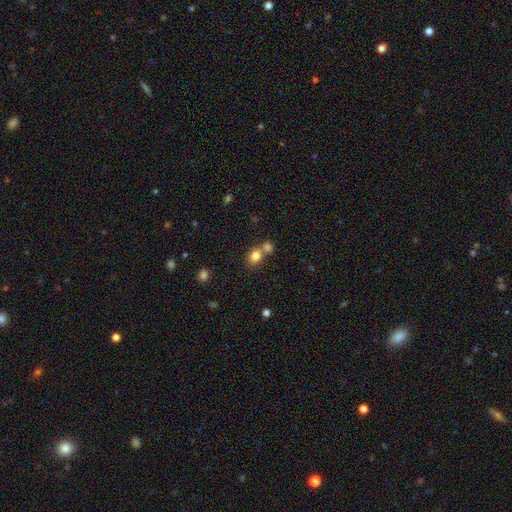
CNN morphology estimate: Smooth or featured? Predicted: smooth (p=0.82). How rounded? Predicted: round (p=0.51). Merging? Predicted: none (p=0.44, tied with merger).